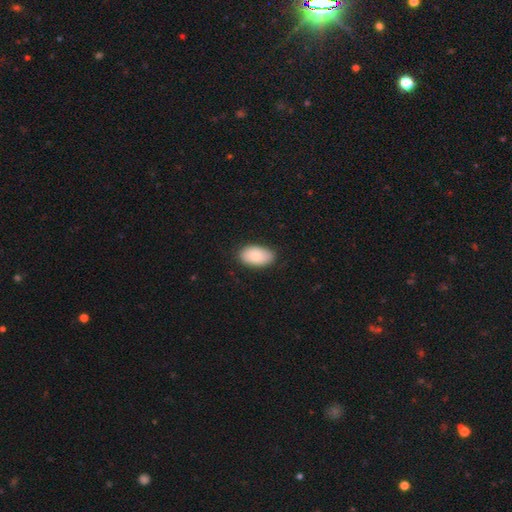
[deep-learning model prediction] Smooth or featured? smooth (81%)
How rounded? in between (94%)
Merging? none (84%)